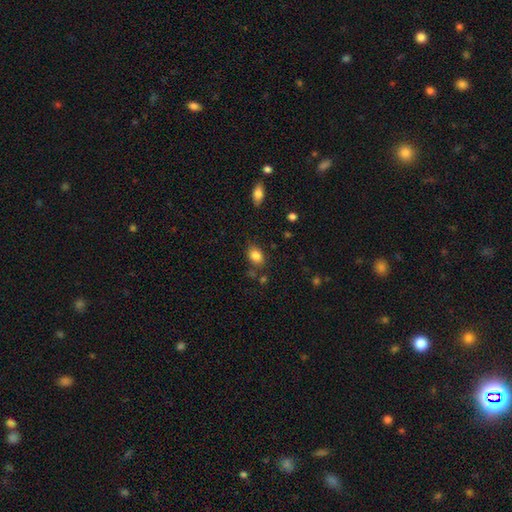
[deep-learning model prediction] Smooth or featured?
  - smooth: 84% *
  - star or artifact: 9%
  - featured or disk: 7%
How rounded?
  - in between: 74% *
  - round: 25%
  - cigar-shaped: 1%
Merging?
  - none: 74% *
  - minor disturbance: 17%
  - merger: 5%
  - major disturbance: 4%